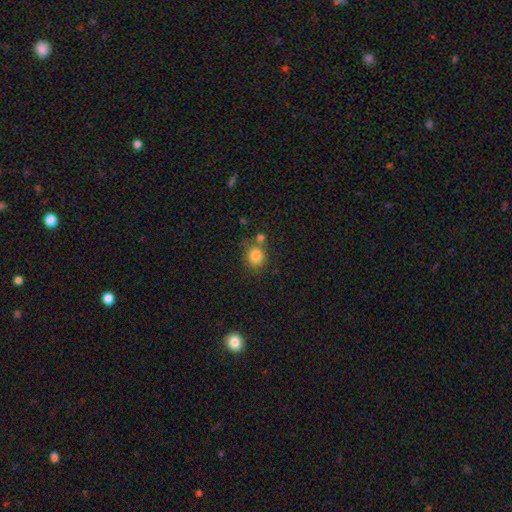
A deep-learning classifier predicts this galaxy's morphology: smooth 84%, star or artifact 10%, featured or disk 6%. Down the decision tree: how rounded — round (80%); merging — none (62%).